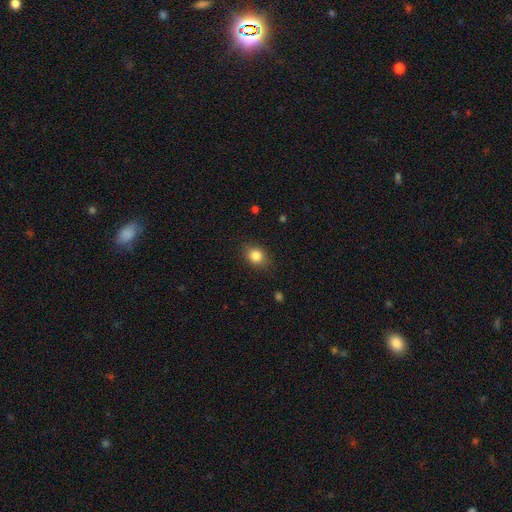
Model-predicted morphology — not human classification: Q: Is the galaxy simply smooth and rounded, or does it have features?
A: smooth — 84%.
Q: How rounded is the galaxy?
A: in between — 50%.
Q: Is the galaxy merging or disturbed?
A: none — 83%.